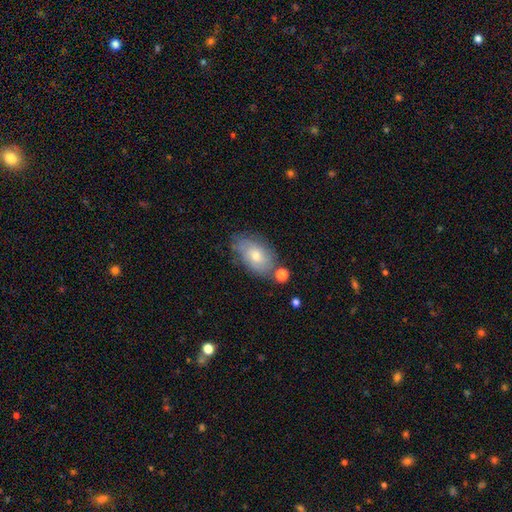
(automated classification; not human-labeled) Smooth or featured?
  - smooth: 55% *
  - featured or disk: 35%
  - star or artifact: 10%
How rounded?
  - in between: 88% *
  - round: 10%
  - cigar-shaped: 2%
Merging?
  - none: 66% *
  - minor disturbance: 22%
  - major disturbance: 6%
  - merger: 6%